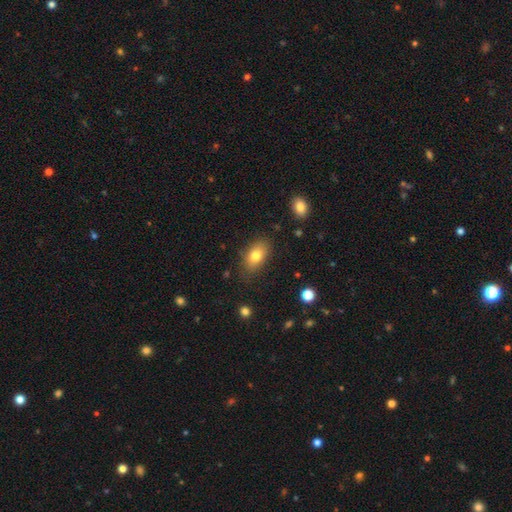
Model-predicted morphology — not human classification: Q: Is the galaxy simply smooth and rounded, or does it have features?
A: smooth — 79%.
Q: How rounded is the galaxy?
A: in between — 88%.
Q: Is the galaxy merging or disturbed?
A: none — 80%.